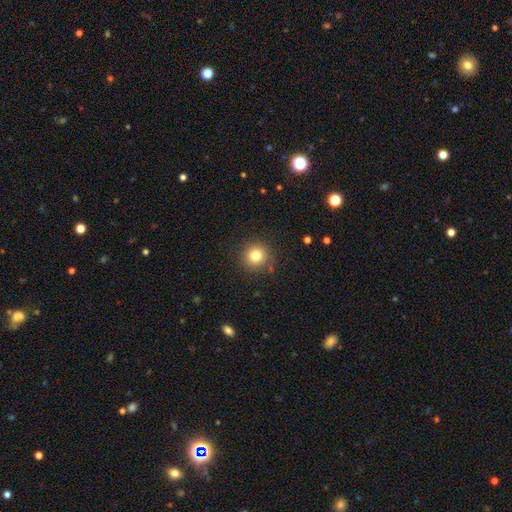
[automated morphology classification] smooth-or-featured: smooth: 80% | star or artifact: 13% | featured or disk: 7%
  how-rounded: round: 94% | in between: 5% | cigar-shaped: 1%
  merging: none: 88% | minor disturbance: 8% | major disturbance: 3% | merger: 2%